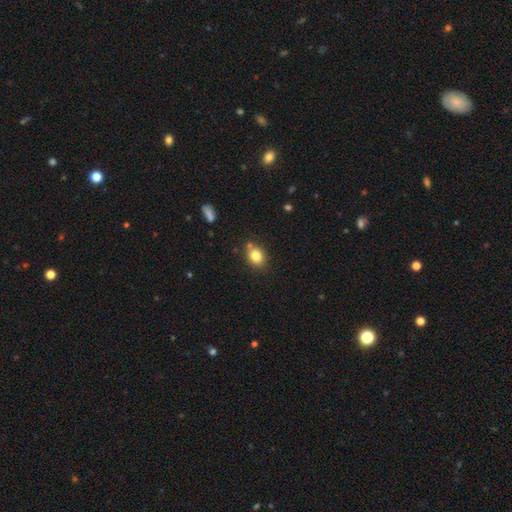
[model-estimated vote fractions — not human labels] A smooth galaxy with no disk features (82%) that is in between round and cigar-shaped (53%).

Vote fractions:
- Smooth or featured? smooth: 82% / star or artifact: 10% / featured or disk: 8%
- How rounded? in between: 53% / round: 46% / cigar-shaped: 1%
- Merging? none: 76% / minor disturbance: 13% / merger: 8% / major disturbance: 3%